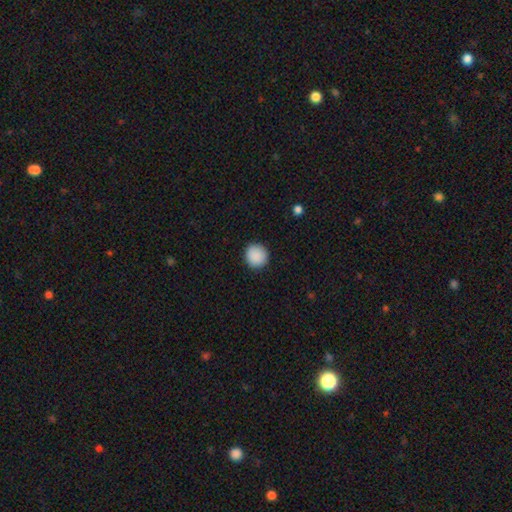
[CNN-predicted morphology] A smooth galaxy with no disk features (90%) that is round (93%).

Vote fractions:
- Smooth or featured? smooth: 90% / star or artifact: 8% / featured or disk: 3%
- How rounded? round: 93% / in between: 6% / cigar-shaped: 1%
- Merging? none: 92% / minor disturbance: 6% / major disturbance: 2% / merger: 1%